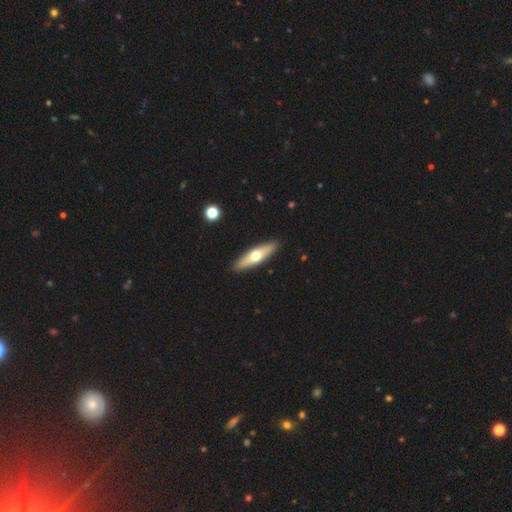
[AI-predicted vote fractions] This appears to be a smooth galaxy with no disk features (51%) that is cigar-shaped (70%). Merging: none (91%).